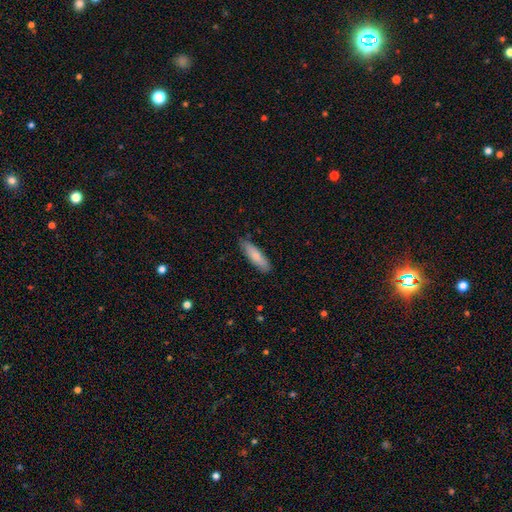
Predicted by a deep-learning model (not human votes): Q: Smooth or featured?
A: smooth (81%); runner-up: featured or disk (14%)
Q: How rounded?
A: cigar-shaped (60%); runner-up: in between (38%)
Q: Merging?
A: none (85%); runner-up: minor disturbance (12%)